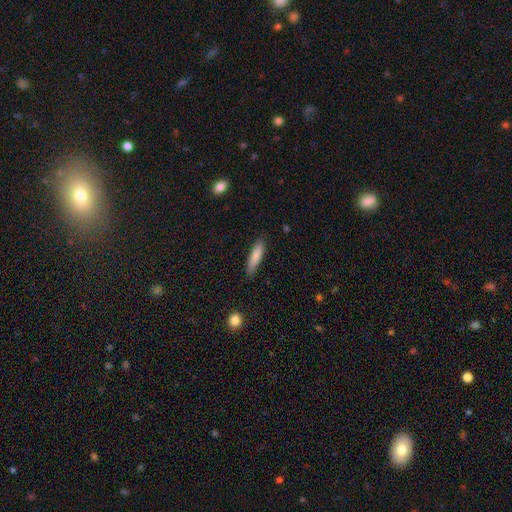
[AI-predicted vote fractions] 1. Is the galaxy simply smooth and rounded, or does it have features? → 84% smooth, 10% featured or disk, 6% star or artifact.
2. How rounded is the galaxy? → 80% cigar-shaped, 19% in between, 1% round.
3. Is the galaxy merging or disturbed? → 85% none, 12% minor disturbance, 2% major disturbance, 1% merger.